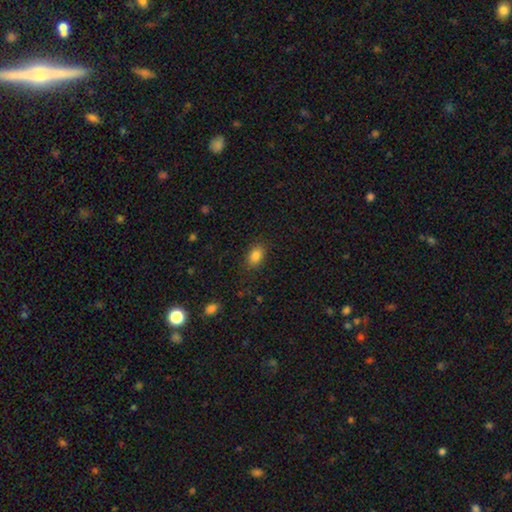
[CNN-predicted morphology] smooth 85%, star or artifact 10%, featured or disk 6%. Down the decision tree: how rounded — in between (81%); merging — none (84%).